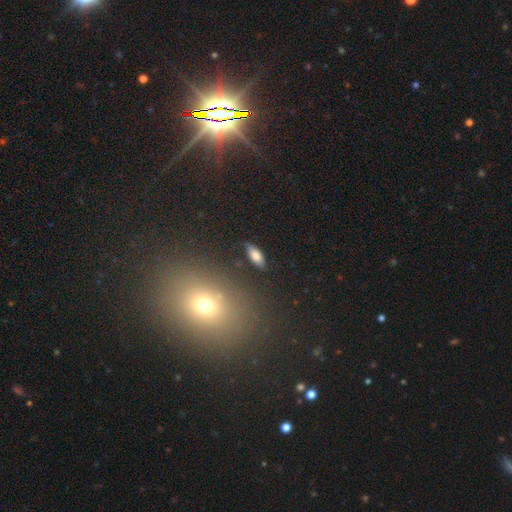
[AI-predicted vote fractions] smooth_or_featured: smooth (p=0.77) [alt: featured or disk p=0.14]
how_rounded: in between (p=0.76) [alt: cigar-shaped p=0.20]
merging: none (p=0.81) [alt: minor disturbance p=0.13]